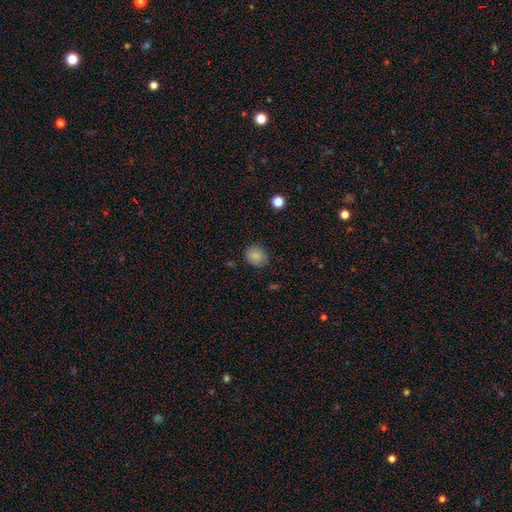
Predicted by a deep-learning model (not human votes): A smooth galaxy with no disk features (86%) that is round (72%). Merging: none (83%).